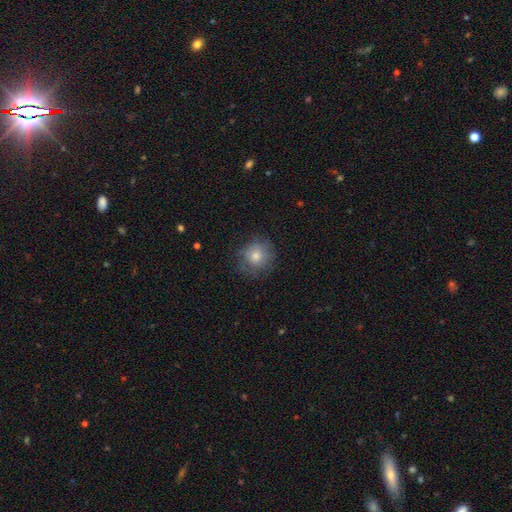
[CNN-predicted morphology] Smooth or featured? smooth (70%)
How rounded? round (90%)
Merging? none (77%)